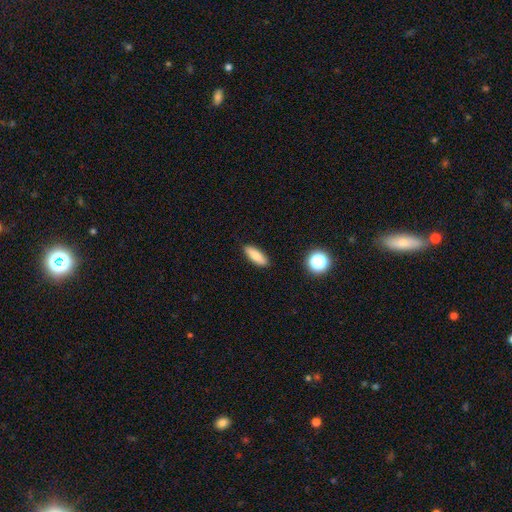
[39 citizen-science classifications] Volunteers were most divided on "how rounded": in between: 57%, cigar-shaped: 37%, round: 7%. More confident: merging — none (92%); smooth or featured — smooth (77%).